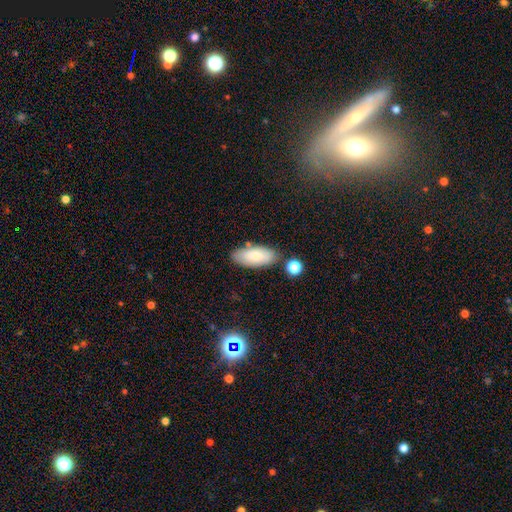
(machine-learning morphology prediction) smooth_or_featured: smooth (p=0.80) [alt: featured or disk p=0.13]
how_rounded: in between (p=0.85) [alt: cigar-shaped p=0.13]
merging: none (p=0.76) [alt: minor disturbance p=0.14]